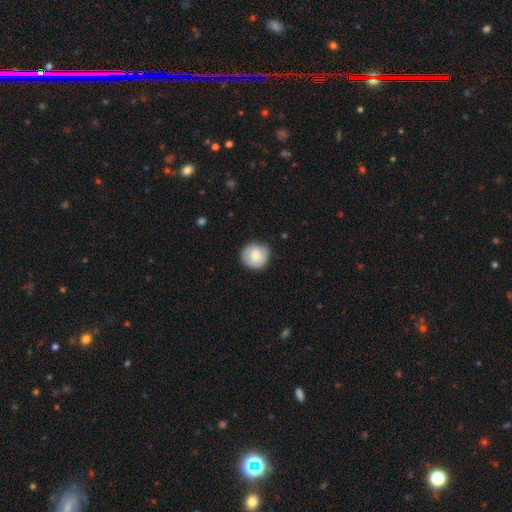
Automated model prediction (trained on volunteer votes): smooth_or_featured: smooth (p=0.74) [alt: featured or disk p=0.19]
how_rounded: round (p=0.93) [alt: in between p=0.06]
merging: none (p=0.81) [alt: minor disturbance p=0.15]